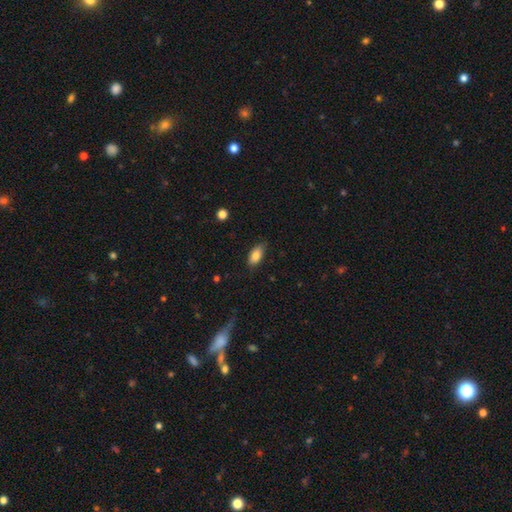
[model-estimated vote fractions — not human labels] smooth-or-featured: smooth: 83% | featured or disk: 10% | star or artifact: 7%
  how-rounded: in between: 90% | cigar-shaped: 6% | round: 3%
  merging: none: 76% | minor disturbance: 20% | major disturbance: 3% | merger: 1%